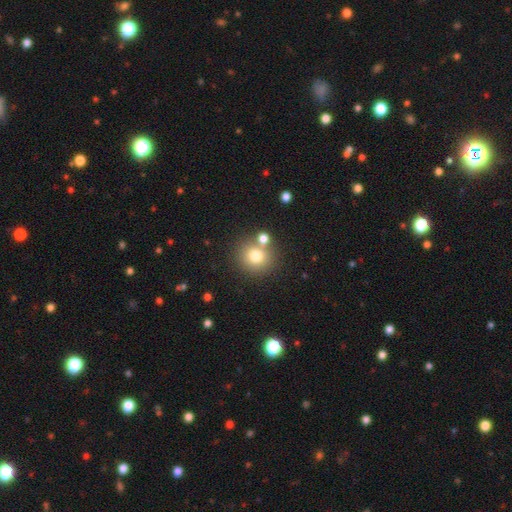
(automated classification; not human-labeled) Smooth or featured?
  - smooth: 76% *
  - star or artifact: 13%
  - featured or disk: 11%
How rounded?
  - round: 88% *
  - in between: 11%
  - cigar-shaped: 1%
Merging?
  - none: 70% *
  - merger: 18%
  - minor disturbance: 9%
  - major disturbance: 3%